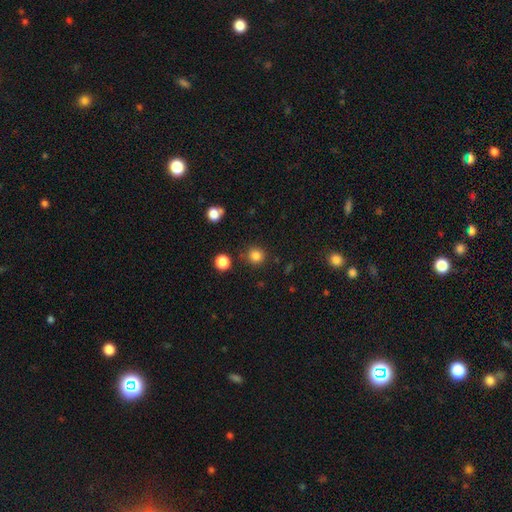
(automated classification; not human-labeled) Morphology: type=smooth (83%); roundness=round (93%); merging=none (86%).